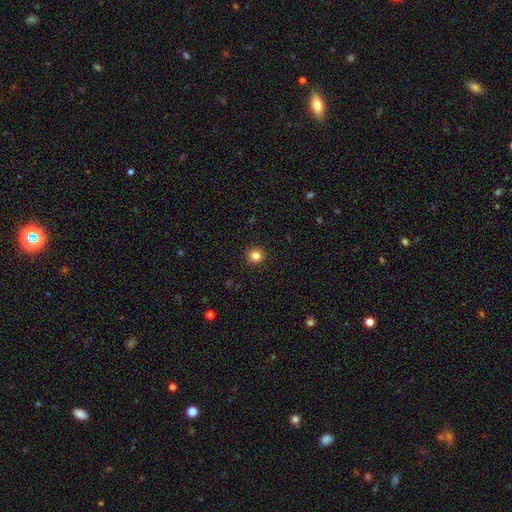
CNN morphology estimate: The model was most divided on "smooth or featured": smooth: 84%, star or artifact: 12%, featured or disk: 5%. More confident: how rounded — round (93%); merging — none (93%).